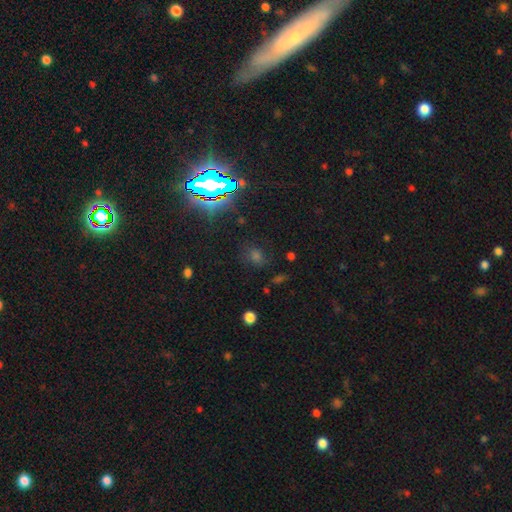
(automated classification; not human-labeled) Smooth or featured?
  - star or artifact: 52% *
  - smooth: 37%
  - featured or disk: 11%